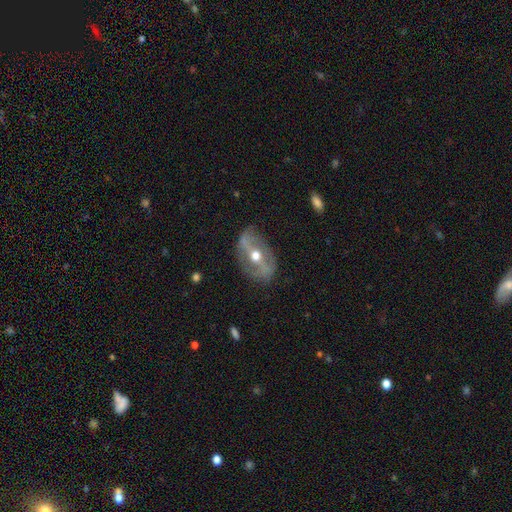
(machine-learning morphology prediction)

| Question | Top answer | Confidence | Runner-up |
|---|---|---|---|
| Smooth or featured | featured or disk | 78% | smooth (17%) |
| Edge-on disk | no | 88% | yes (12%) |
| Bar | strong | 54% | weak (27%) |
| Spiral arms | yes | 59% | no (41%) |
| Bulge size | moderate | 79% | small (11%) |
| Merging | none | 75% | minor disturbance (16%) |